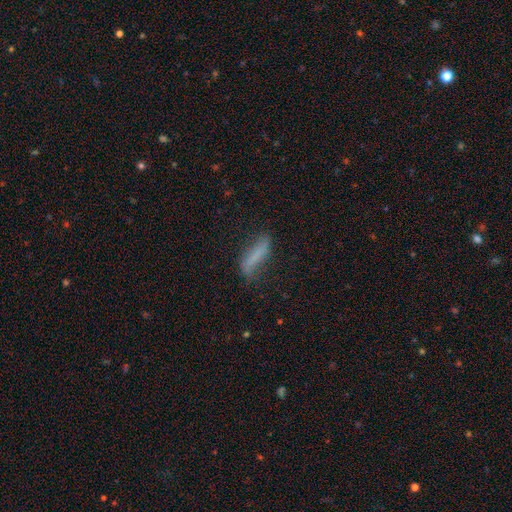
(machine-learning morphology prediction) Smooth or featured? smooth (62%)
How rounded? cigar-shaped (72%)
Merging? none (61%)